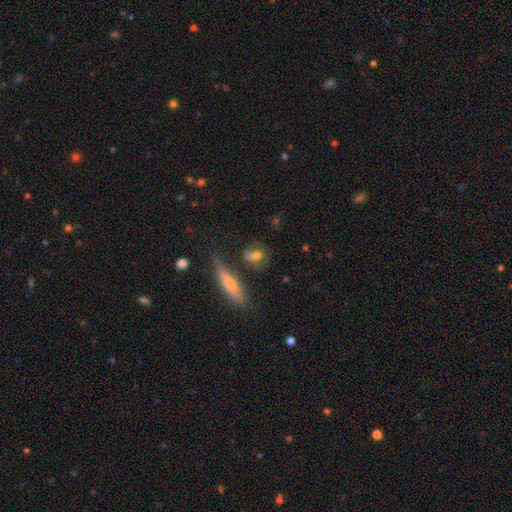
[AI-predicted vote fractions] Smooth or featured? Predicted: smooth (p=0.67). How rounded? Predicted: in between (p=0.55). Merging? Predicted: none (p=0.61).